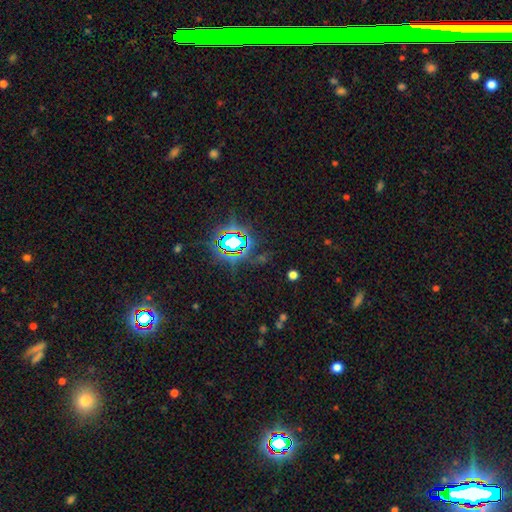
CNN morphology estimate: This is clearly a star or artifact rather than a galaxy (80%).